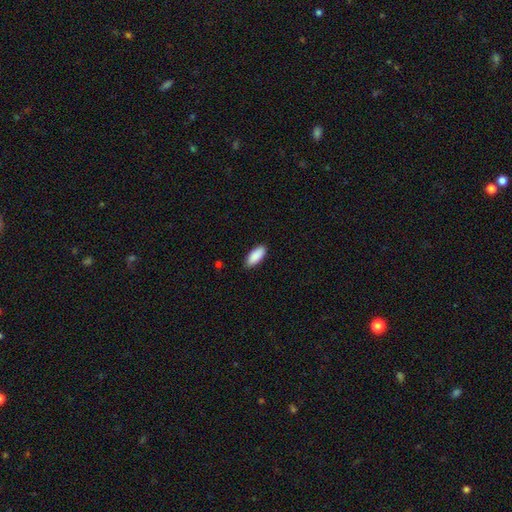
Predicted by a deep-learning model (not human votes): smooth_or_featured: smooth (p=0.90) [alt: star or artifact p=0.06]
how_rounded: in between (p=0.84) [alt: cigar-shaped p=0.15]
merging: none (p=0.86) [alt: minor disturbance p=0.11]